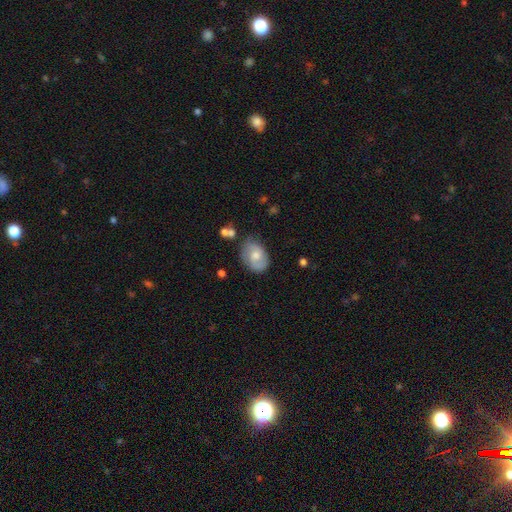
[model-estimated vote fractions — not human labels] Smooth or featured: smooth — 47% (featured or disk — 46%)
Merging: none — 66% (minor disturbance — 23%)